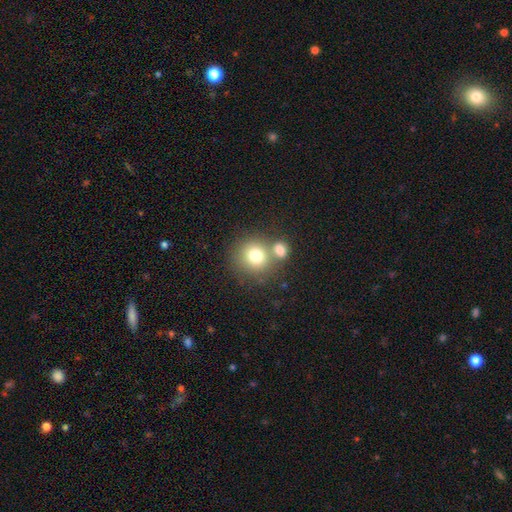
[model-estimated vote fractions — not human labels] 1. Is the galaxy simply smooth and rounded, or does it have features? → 76% smooth, 13% featured or disk, 11% star or artifact.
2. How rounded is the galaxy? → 87% round, 12% in between, 1% cigar-shaped.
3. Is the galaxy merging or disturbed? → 53% none, 34% merger, 9% minor disturbance, 4% major disturbance.